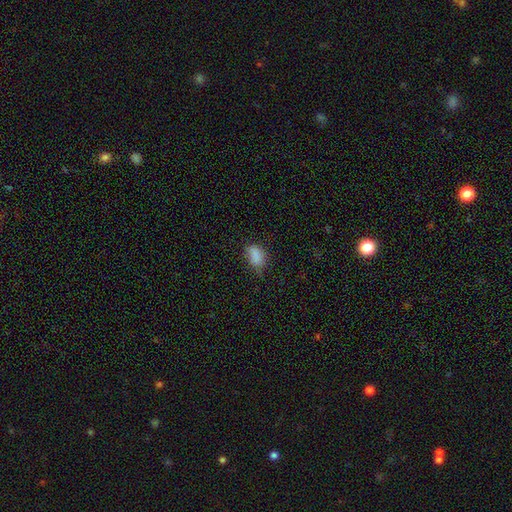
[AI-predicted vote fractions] A smooth galaxy with no disk features (83%) that is in between round and cigar-shaped (86%). Merging: none (56%).